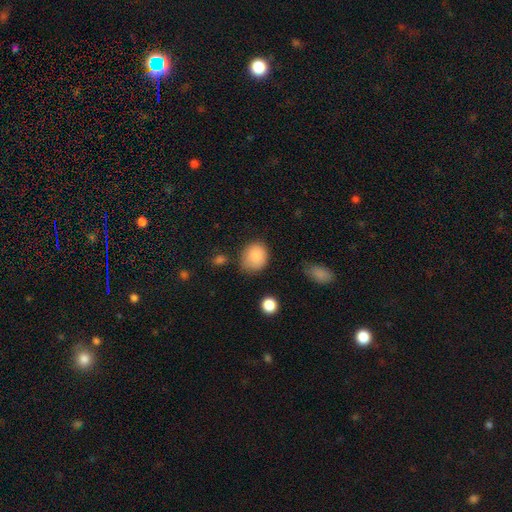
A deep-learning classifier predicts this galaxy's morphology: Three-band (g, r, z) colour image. It shows a smooth galaxy with no disk features (87%) that is round (64%). Merging: none (67%).